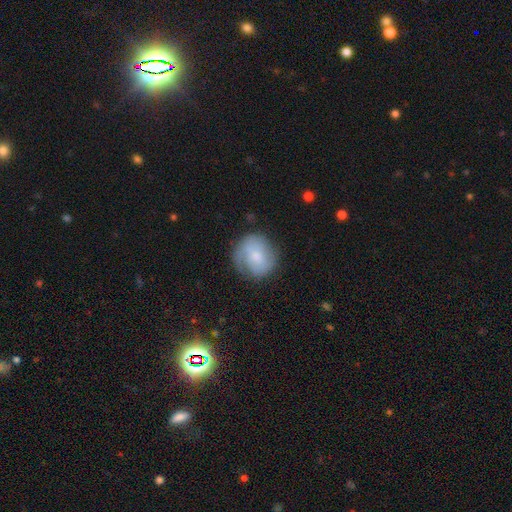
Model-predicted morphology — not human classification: type=smooth (52%); roundness=round (85%); merging=none (69%).